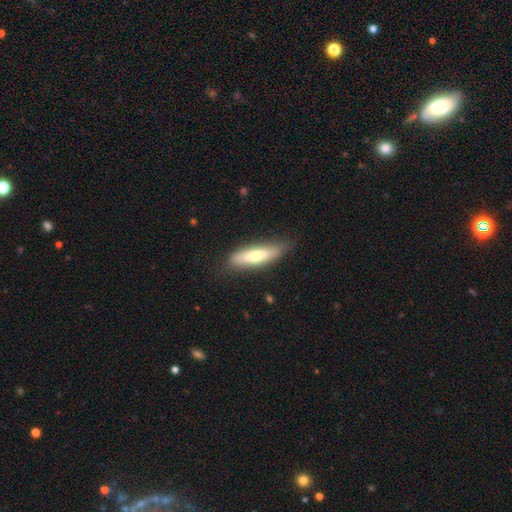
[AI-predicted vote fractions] Smooth or featured: smooth — 62% (featured or disk — 32%)
How rounded: cigar-shaped — 62% (in between — 36%)
Merging: none — 79% (minor disturbance — 17%)